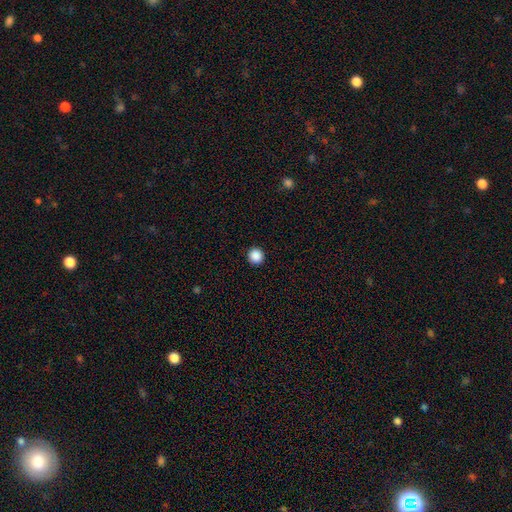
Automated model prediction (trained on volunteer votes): Overall: smooth (88%). How rounded: round (95%). Merging: none (94%).